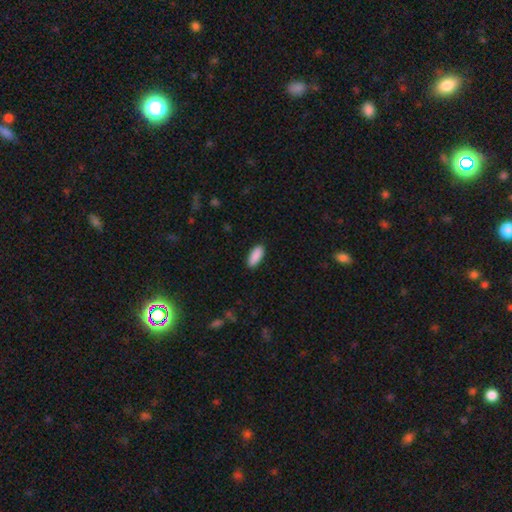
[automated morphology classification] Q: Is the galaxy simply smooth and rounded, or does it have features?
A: smooth — 91%.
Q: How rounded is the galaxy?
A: in between — 82%.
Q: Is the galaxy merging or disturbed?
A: none — 90%.